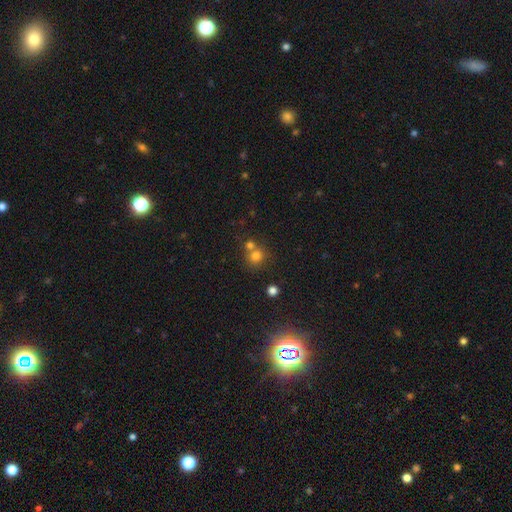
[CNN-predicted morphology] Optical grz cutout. It shows a smooth galaxy with no disk features (75%) that is round (86%). Merging: none (53%).